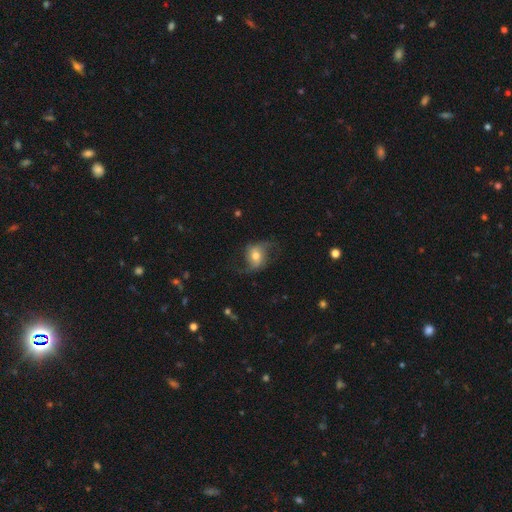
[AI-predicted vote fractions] smooth_or_featured: featured or disk (p=0.64) [alt: smooth p=0.28]
disk_edge_on: no (p=0.95) [alt: yes p=0.05]
bar: no (p=0.53) [alt: weak p=0.33]
has_spiral_arms: yes (p=0.89) [alt: no p=0.11]
spiral_winding: loose (p=0.72) [alt: medium p=0.22]
spiral_arm_count: 2 (p=0.89) [alt: can't tell p=0.04]
bulge_size: moderate (p=0.66) [alt: small p=0.23]
merging: none (p=0.61) [alt: minor disturbance p=0.21]